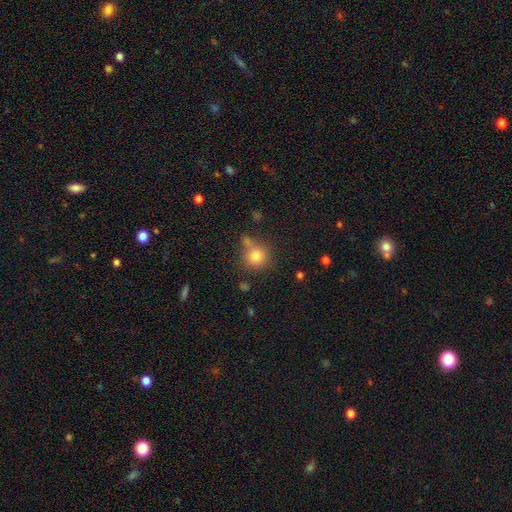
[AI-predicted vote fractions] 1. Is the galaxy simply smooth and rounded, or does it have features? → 80% smooth, 12% star or artifact, 8% featured or disk.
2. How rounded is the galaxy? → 90% round, 9% in between, 1% cigar-shaped.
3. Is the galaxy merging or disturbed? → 65% none, 18% merger, 13% minor disturbance, 5% major disturbance.